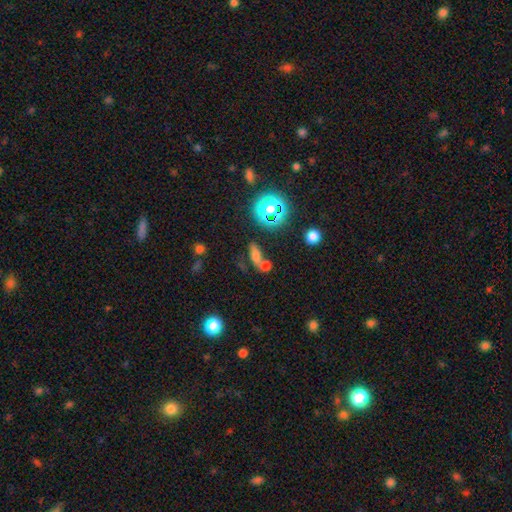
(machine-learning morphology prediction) A smooth galaxy with no disk features (58%) that is in between round and cigar-shaped (58%).

Vote fractions:
- Smooth or featured? smooth: 58% / star or artifact: 26% / featured or disk: 16%
- How rounded? in between: 58% / cigar-shaped: 25% / round: 16%
- Merging? none: 45% / merger: 39% / minor disturbance: 10% / major disturbance: 6%